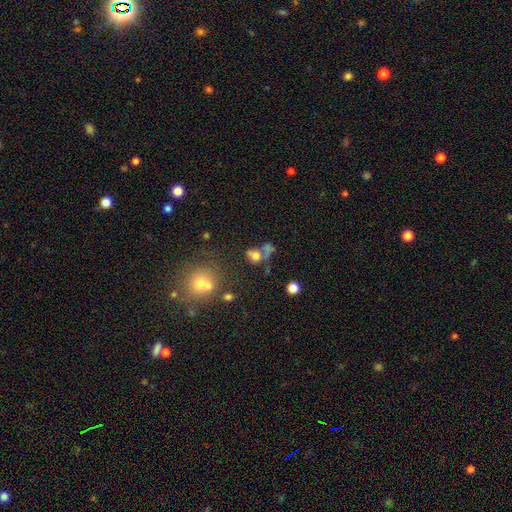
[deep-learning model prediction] Morphology: type=smooth (62%); roundness=in between (53%); merging=merger (44%).